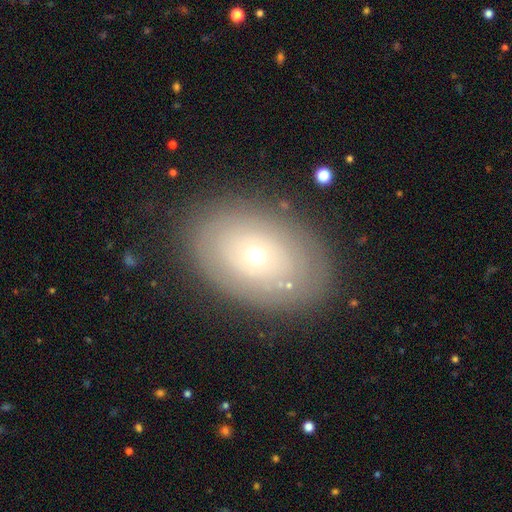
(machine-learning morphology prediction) smooth_or_featured: smooth (p=0.47) [alt: featured or disk p=0.43]
merging: none (p=0.82) [alt: minor disturbance p=0.12]